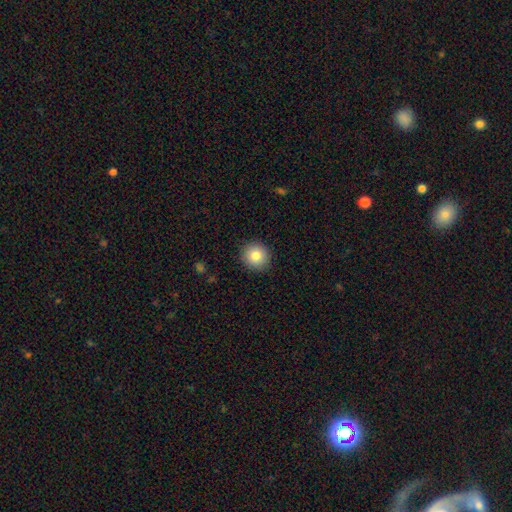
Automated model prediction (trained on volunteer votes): This appears to be a smooth galaxy with no disk features (85%) that is round (92%). Merging: none (90%).